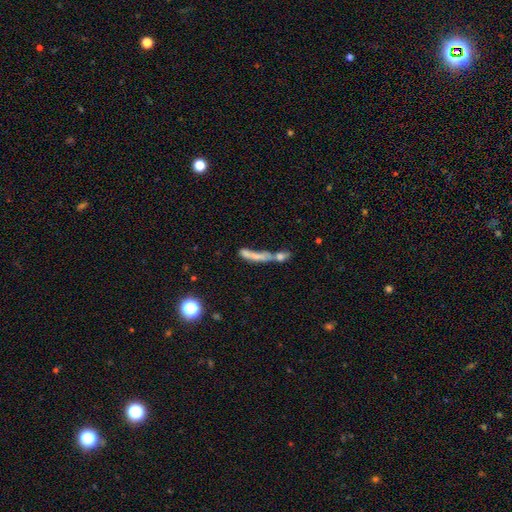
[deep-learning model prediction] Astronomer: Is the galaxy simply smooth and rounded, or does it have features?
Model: smooth — 46% (runner-up: featured or disk, 37%).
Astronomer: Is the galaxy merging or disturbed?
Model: merger — 42% (runner-up: none, 31%).